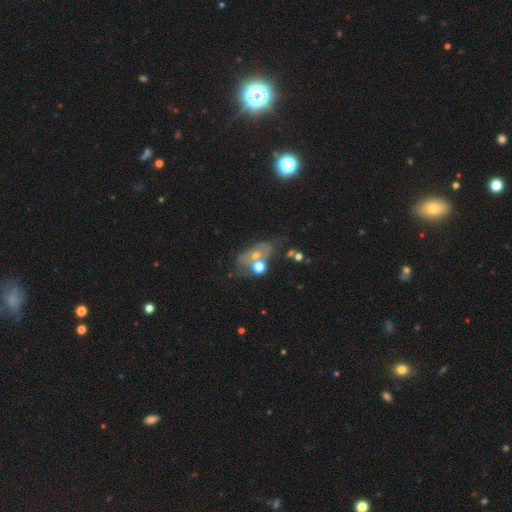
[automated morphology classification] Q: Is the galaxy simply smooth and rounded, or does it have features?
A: featured or disk — 46%.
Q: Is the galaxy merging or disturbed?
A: none — 40%.